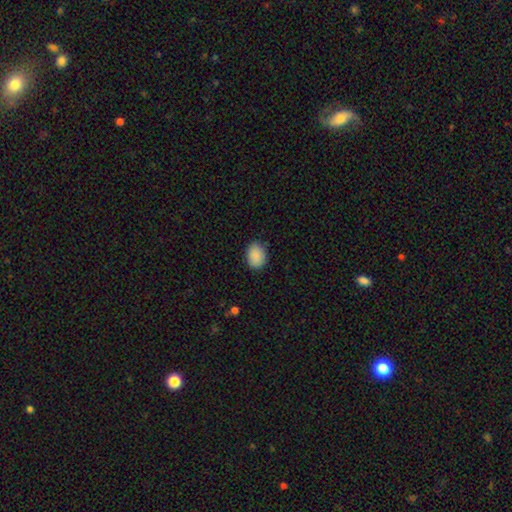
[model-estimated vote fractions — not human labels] The model was most divided on "how rounded": in between: 68%, round: 31%, cigar-shaped: 1%. More confident: smooth or featured — smooth (89%); merging — none (83%).